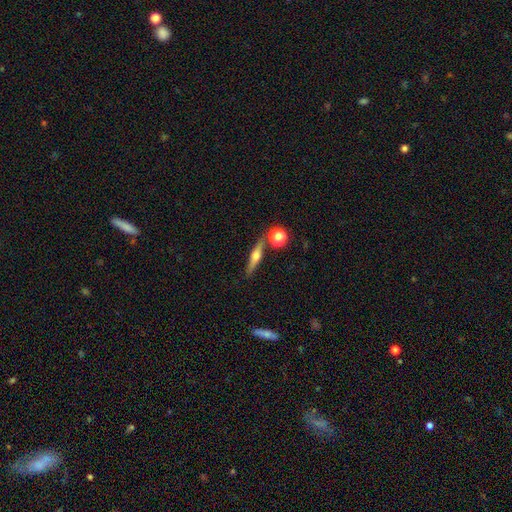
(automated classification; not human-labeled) Morphology: type=featured or disk (58%); edge-on=yes (94%); edge-on bulge=rounded (92%); merging=none (78%).